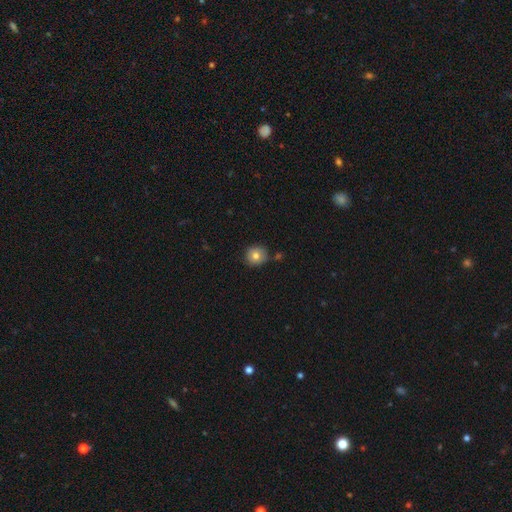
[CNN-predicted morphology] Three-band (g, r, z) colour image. It shows a smooth galaxy with no disk features (78%) that is round (89%). Merging: none (79%).